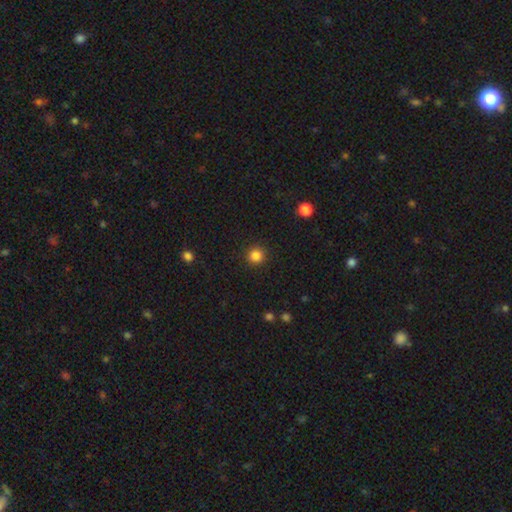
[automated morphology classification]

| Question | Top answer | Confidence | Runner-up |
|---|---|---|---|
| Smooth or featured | smooth | 84% | star or artifact (12%) |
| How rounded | round | 94% | in between (5%) |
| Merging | none | 91% | minor disturbance (5%) |